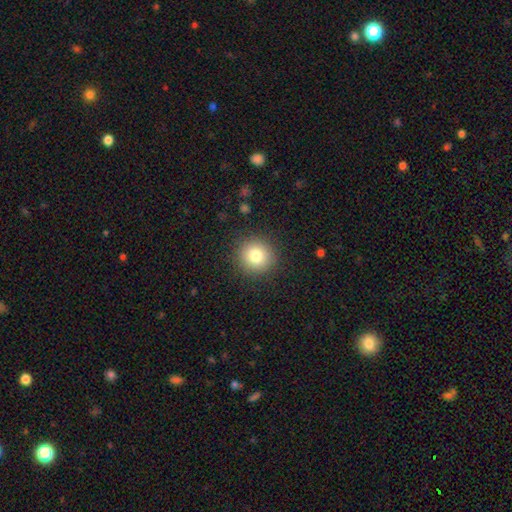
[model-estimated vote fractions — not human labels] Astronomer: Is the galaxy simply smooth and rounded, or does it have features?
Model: smooth — 80%.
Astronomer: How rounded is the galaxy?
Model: round — 93%.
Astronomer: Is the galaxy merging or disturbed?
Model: none — 89%.